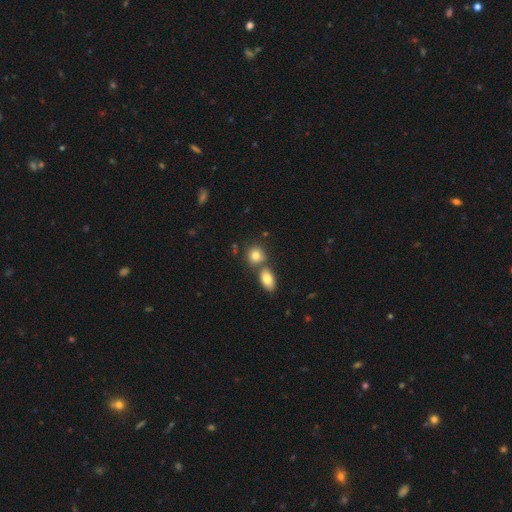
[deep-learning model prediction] A smooth galaxy with no disk features (81%) that is round (63%).

Vote fractions:
- Smooth or featured? smooth: 81% / featured or disk: 10% / star or artifact: 9%
- How rounded? round: 63% / in between: 35% / cigar-shaped: 2%
- Merging? none: 56% / merger: 32% / minor disturbance: 9% / major disturbance: 3%